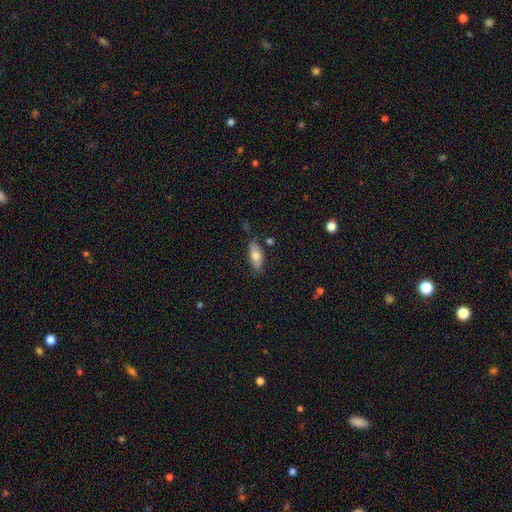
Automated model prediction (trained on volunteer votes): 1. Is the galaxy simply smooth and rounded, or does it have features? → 70% smooth, 24% featured or disk, 7% star or artifact.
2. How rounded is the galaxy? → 86% in between, 11% cigar-shaped, 3% round.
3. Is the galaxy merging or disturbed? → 77% none, 17% minor disturbance, 3% major disturbance, 3% merger.